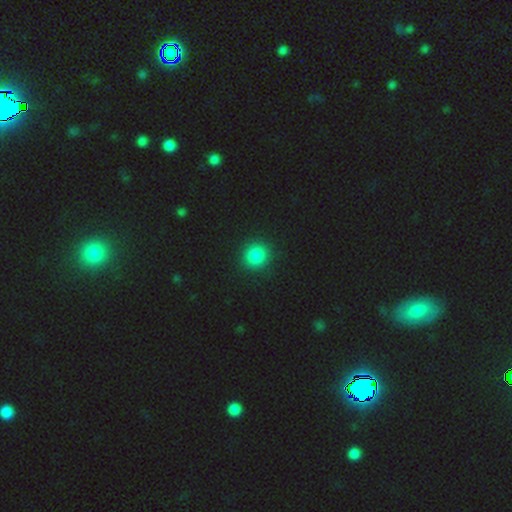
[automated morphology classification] Smooth or featured? Predicted: smooth (p=0.85). How rounded? Predicted: round (p=0.87). Merging? Predicted: none (p=0.91).